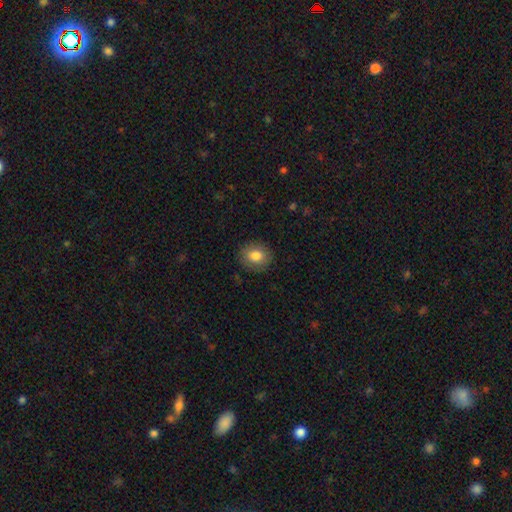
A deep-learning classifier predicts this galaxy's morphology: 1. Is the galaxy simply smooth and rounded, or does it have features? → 82% smooth, 10% featured or disk, 8% star or artifact.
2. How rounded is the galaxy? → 72% round, 27% in between, 1% cigar-shaped.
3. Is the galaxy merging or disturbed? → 87% none, 9% minor disturbance, 3% major disturbance, 1% merger.